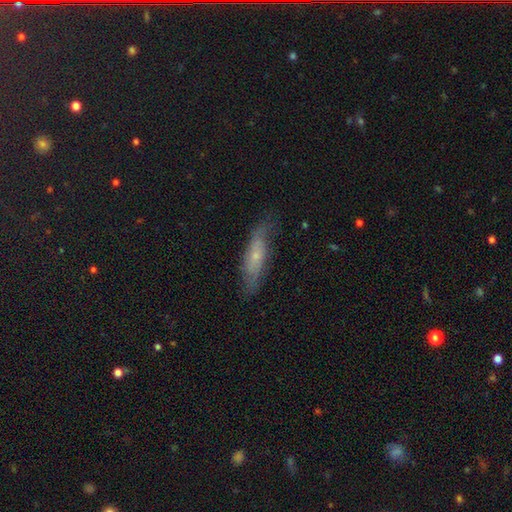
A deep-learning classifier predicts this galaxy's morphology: smooth-or-featured: featured or disk: 52% | smooth: 41% | star or artifact: 7%
  disk-edge-on: no: 63% | yes: 37%
  merging: none: 69% | minor disturbance: 22% | major disturbance: 7% | merger: 1%